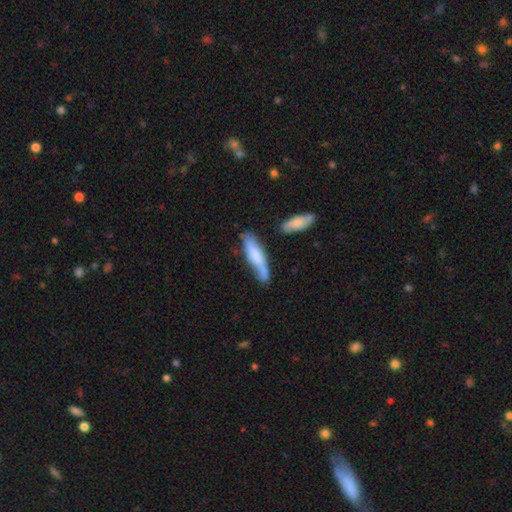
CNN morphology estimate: Smooth or featured? Predicted: smooth (p=0.66). How rounded? Predicted: cigar-shaped (p=0.74). Merging? Predicted: none (p=0.52).